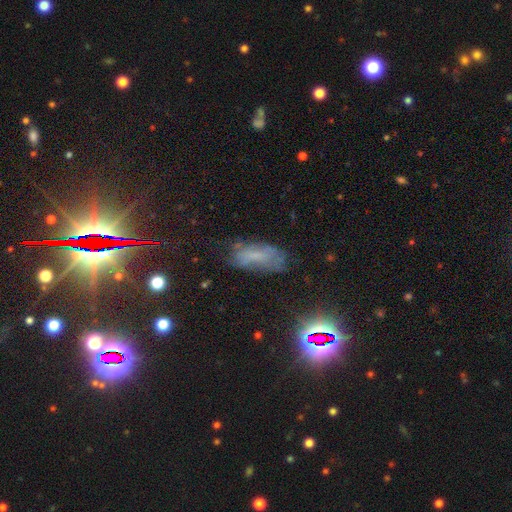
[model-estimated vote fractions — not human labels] A smooth galaxy with no disk features (43%).

Vote fractions:
- Smooth or featured? smooth: 43% / featured or disk: 30% / star or artifact: 27%
- Merging? none: 55% / minor disturbance: 27% / major disturbance: 15% / merger: 3%